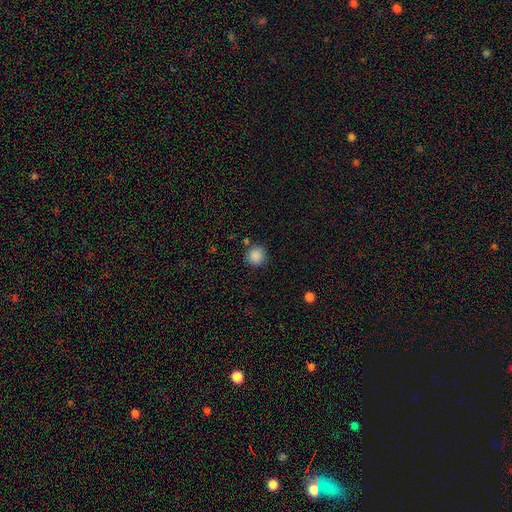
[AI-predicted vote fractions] smooth-or-featured: smooth: 88% | star or artifact: 9% | featured or disk: 3%
  how-rounded: round: 92% | in between: 7% | cigar-shaped: 1%
  merging: none: 84% | minor disturbance: 9% | merger: 5% | major disturbance: 3%